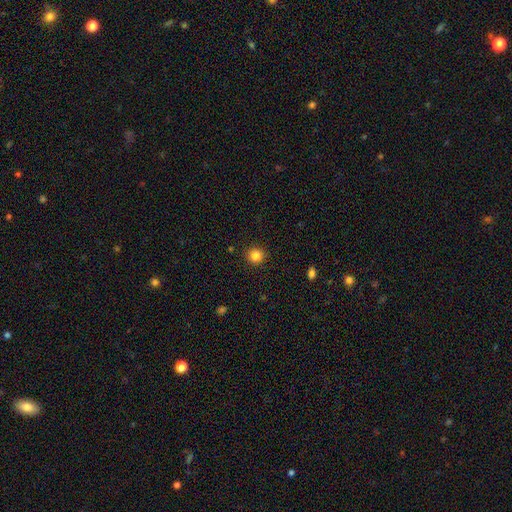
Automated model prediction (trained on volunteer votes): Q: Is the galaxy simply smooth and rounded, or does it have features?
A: smooth — 84%.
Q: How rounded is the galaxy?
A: round — 93%.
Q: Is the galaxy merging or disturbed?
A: none — 92%.